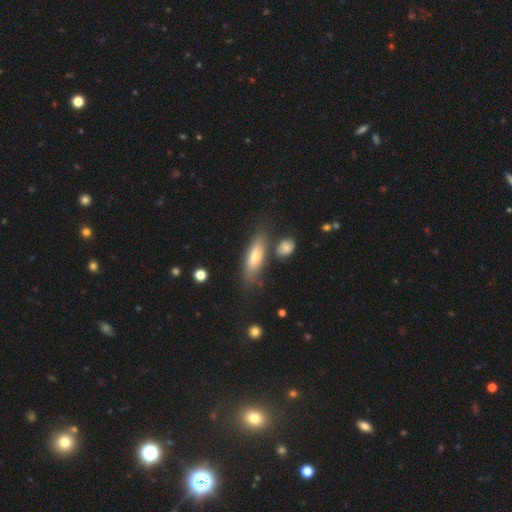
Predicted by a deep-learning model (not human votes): A smooth galaxy with no disk features (60%) that is in between round and cigar-shaped (50%). Merging: none (71%).